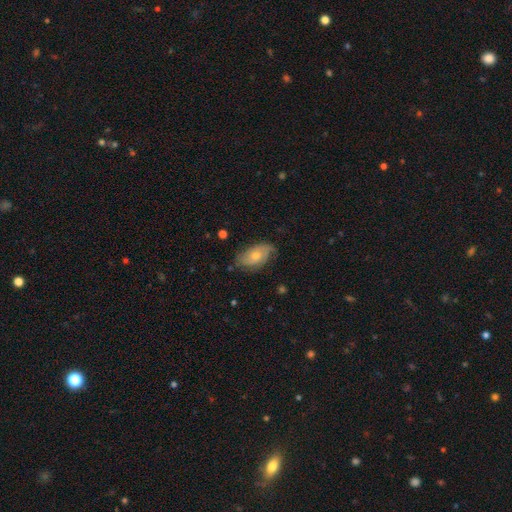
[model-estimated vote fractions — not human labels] smooth_or_featured: featured or disk (p=0.52) [alt: smooth p=0.41]
disk_edge_on: no (p=0.93) [alt: yes p=0.07]
merging: none (p=0.66) [alt: minor disturbance p=0.25]